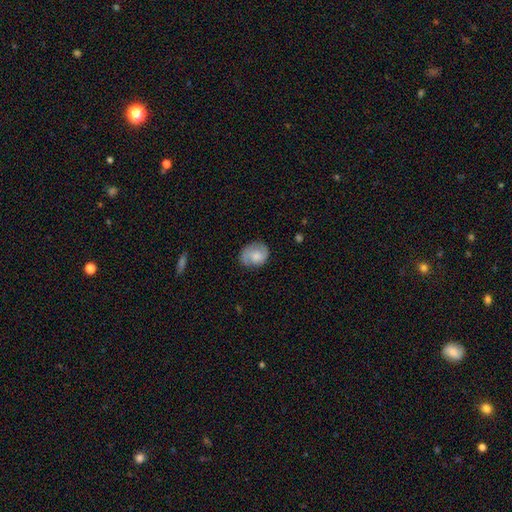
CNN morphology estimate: Smooth or featured?
  - smooth: 49% *
  - featured or disk: 44%
  - star or artifact: 8%
Merging?
  - none: 64% *
  - minor disturbance: 25%
  - major disturbance: 9%
  - merger: 2%